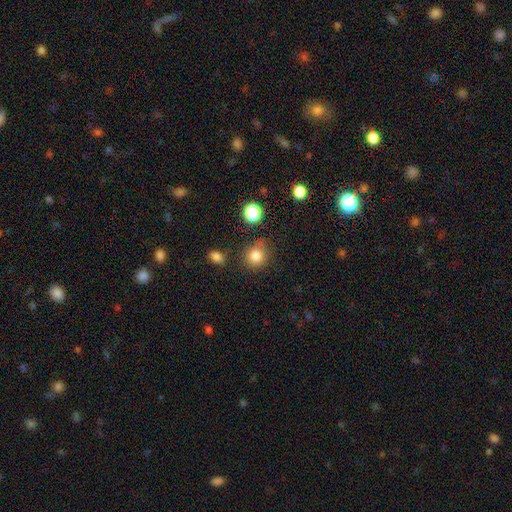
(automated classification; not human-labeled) A smooth galaxy with no disk features (82%) that is round (84%). Merging: none (76%).